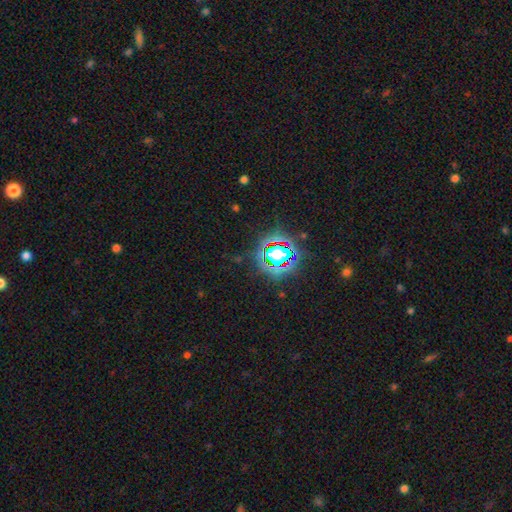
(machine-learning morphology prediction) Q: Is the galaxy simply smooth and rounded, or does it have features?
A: star or artifact — 81%.